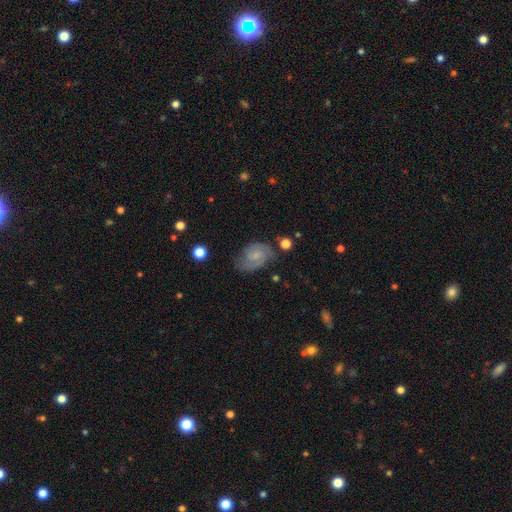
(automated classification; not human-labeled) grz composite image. It shows a featured or disk galaxy (70%) with no bar (55%), 2 (72%) medium (43%) spiral arms (92%) and a small central bulge (61%). Merging: none (61%).